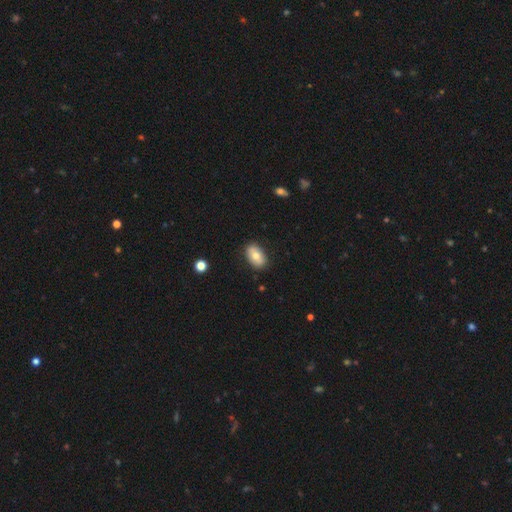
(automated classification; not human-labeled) Overall: smooth (74%). How rounded: in between (91%). Merging: none (85%).